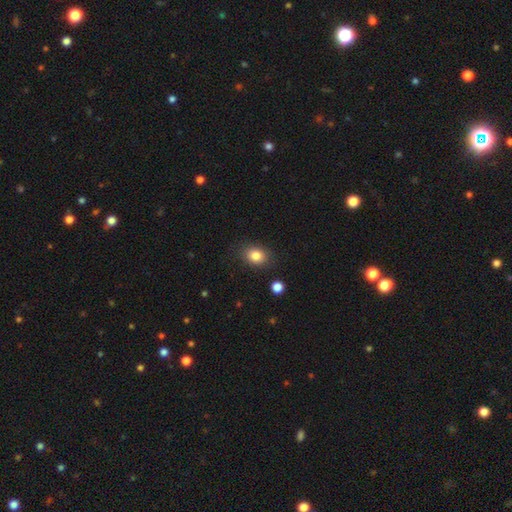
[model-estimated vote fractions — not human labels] Smooth or featured: smooth — 84% (star or artifact — 10%)
How rounded: in between — 60% (round — 38%)
Merging: none — 85% (minor disturbance — 10%)